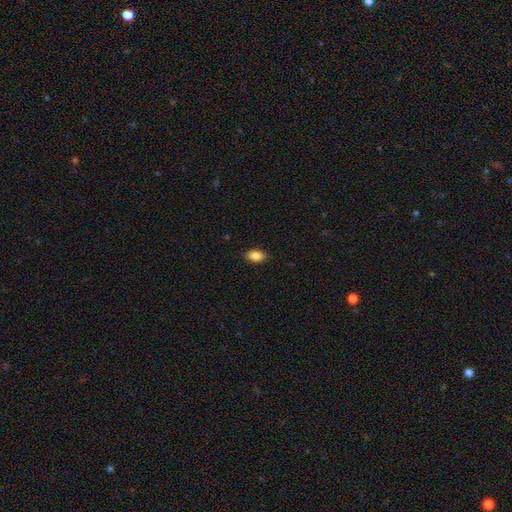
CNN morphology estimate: Smooth or featured? smooth (86%)
How rounded? in between (90%)
Merging? none (88%)